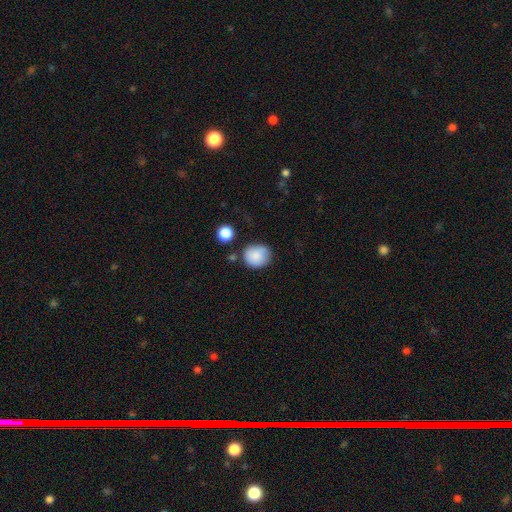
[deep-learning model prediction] This is clearly a smooth galaxy (85%). How rounded: likely round (76%). Merging: likely none (67%).